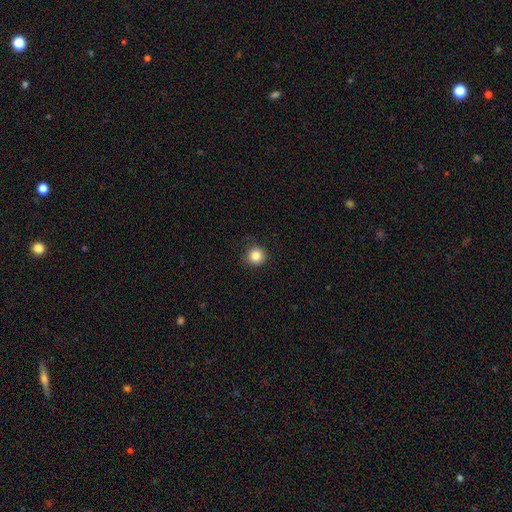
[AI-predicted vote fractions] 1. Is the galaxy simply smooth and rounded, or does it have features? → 85% smooth, 11% star or artifact, 4% featured or disk.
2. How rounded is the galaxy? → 93% round, 6% in between, 1% cigar-shaped.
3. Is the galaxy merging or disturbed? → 86% none, 10% minor disturbance, 3% major disturbance, 1% merger.